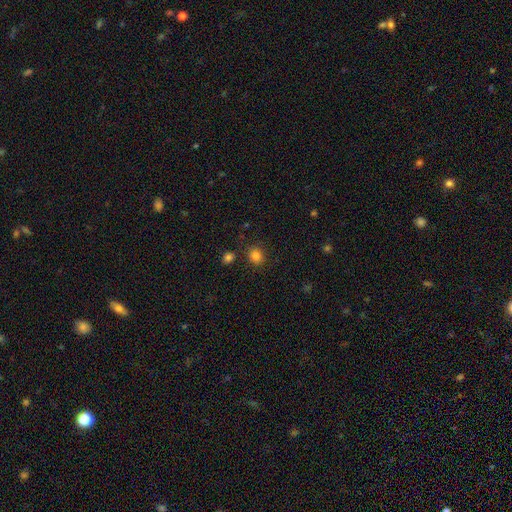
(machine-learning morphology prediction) Smooth or featured? smooth (83%)
How rounded? round (76%)
Merging? none (84%)